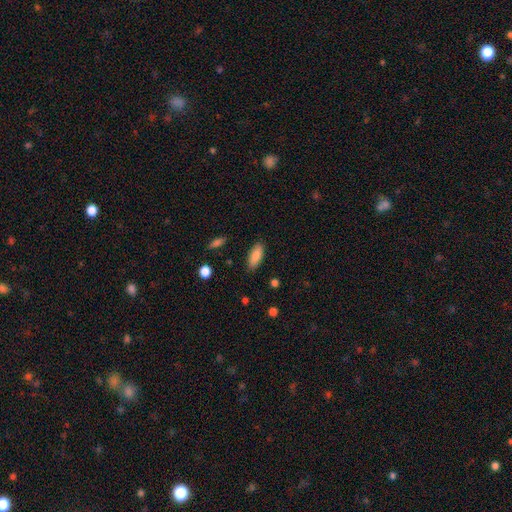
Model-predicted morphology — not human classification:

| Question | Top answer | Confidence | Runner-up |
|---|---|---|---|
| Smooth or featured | smooth | 85% | featured or disk (8%) |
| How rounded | in between | 77% | cigar-shaped (21%) |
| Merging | none | 85% | minor disturbance (11%) |